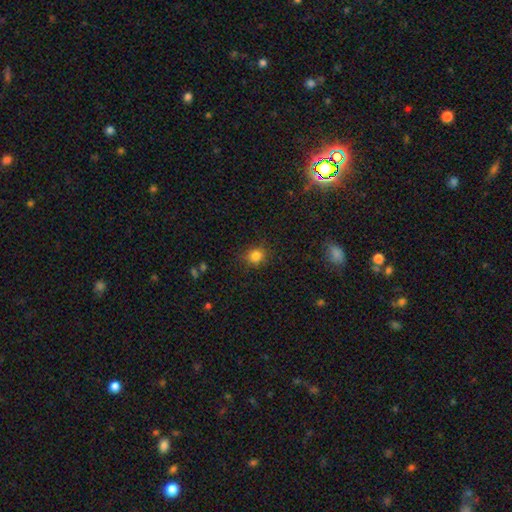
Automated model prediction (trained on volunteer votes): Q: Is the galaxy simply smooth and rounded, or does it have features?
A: smooth — 82%.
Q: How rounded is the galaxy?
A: round — 80%.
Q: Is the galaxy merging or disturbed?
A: none — 83%.